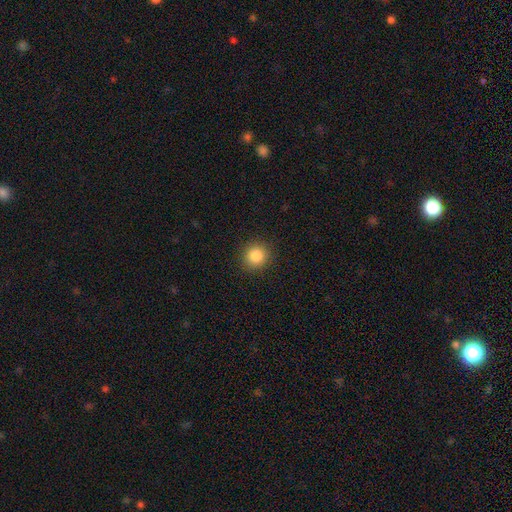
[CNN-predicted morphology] smooth_or_featured: smooth (p=0.85) [alt: star or artifact p=0.11]
how_rounded: round (p=0.90) [alt: in between p=0.09]
merging: none (p=0.91) [alt: minor disturbance p=0.06]